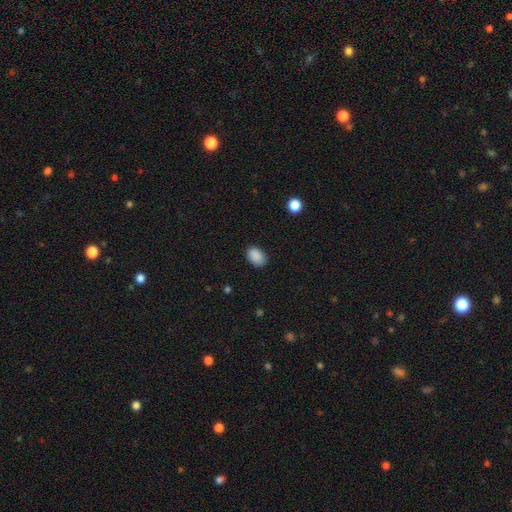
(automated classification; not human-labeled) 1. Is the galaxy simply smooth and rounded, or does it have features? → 89% smooth, 8% star or artifact, 3% featured or disk.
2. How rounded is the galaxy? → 84% in between, 15% round, 1% cigar-shaped.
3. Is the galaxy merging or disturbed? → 84% none, 12% minor disturbance, 3% major disturbance, 1% merger.